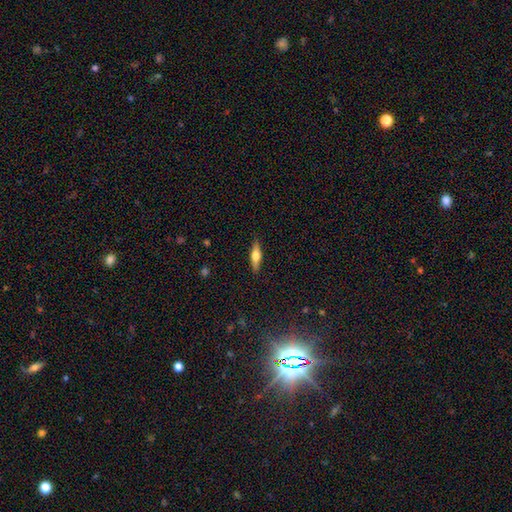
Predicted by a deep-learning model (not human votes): Morphology: type=smooth (47%, tied with featured or disk); merging=none (89%).